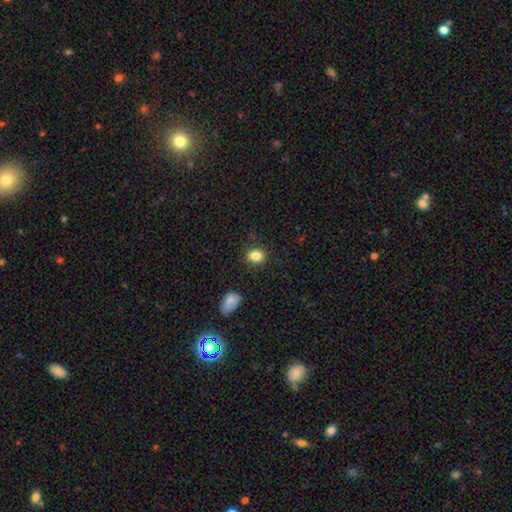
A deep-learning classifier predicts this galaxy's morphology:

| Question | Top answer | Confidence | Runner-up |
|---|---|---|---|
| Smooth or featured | smooth | 85% | star or artifact (10%) |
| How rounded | in between | 50% | round (49%) |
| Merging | none | 87% | minor disturbance (9%) |